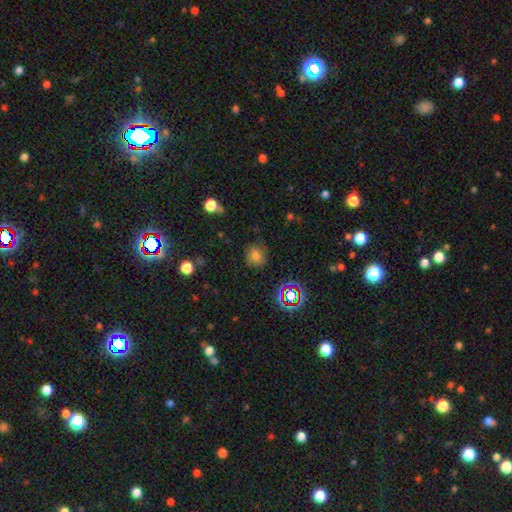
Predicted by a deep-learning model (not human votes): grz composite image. It shows a smooth galaxy with no disk features (71%) that is round (80%). Merging: none (79%).